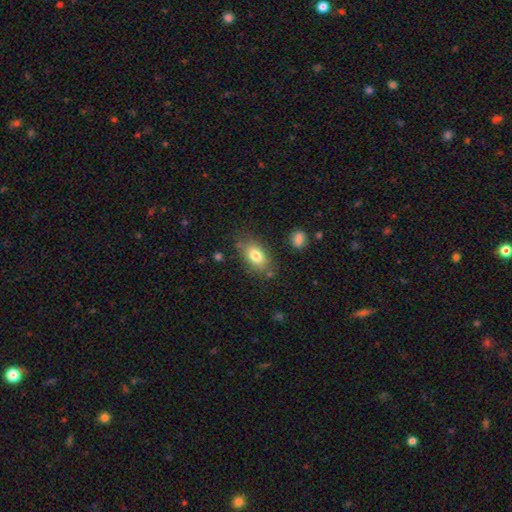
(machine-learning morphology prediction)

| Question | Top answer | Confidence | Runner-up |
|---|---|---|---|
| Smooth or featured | smooth | 80% | featured or disk (12%) |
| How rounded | in between | 88% | round (9%) |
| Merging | none | 76% | minor disturbance (15%) |